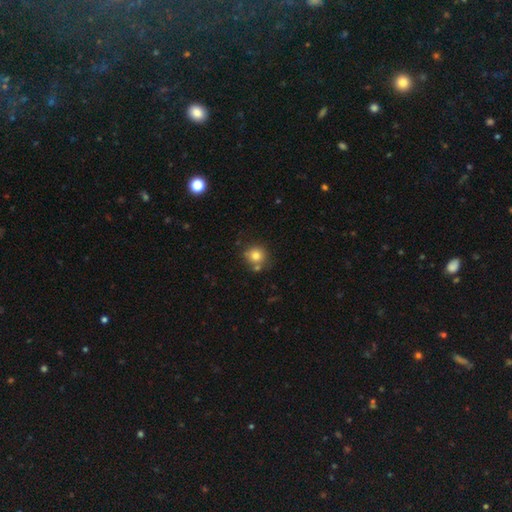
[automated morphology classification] This appears to be a smooth galaxy with no disk features (80%) that is round (90%). Merging: none (70%).